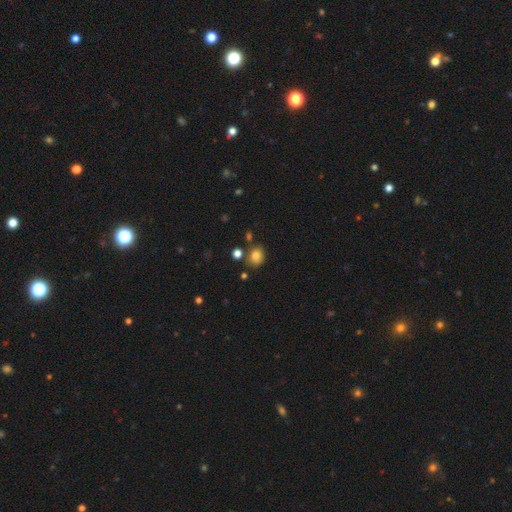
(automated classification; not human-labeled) Morphology: type=smooth (81%); roundness=round (62%); merging=none (75%).